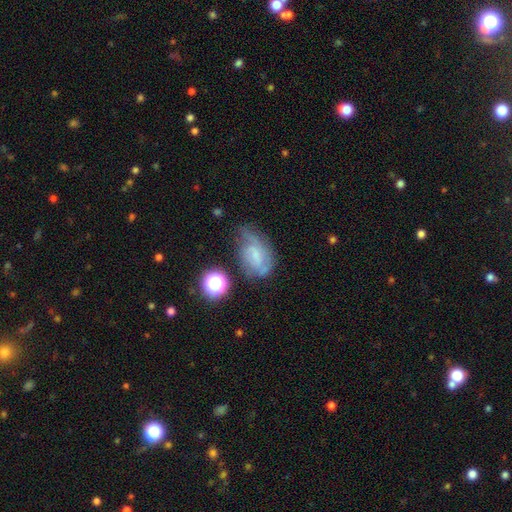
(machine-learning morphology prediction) A featured or disk galaxy (51%). Merging: none (40%).